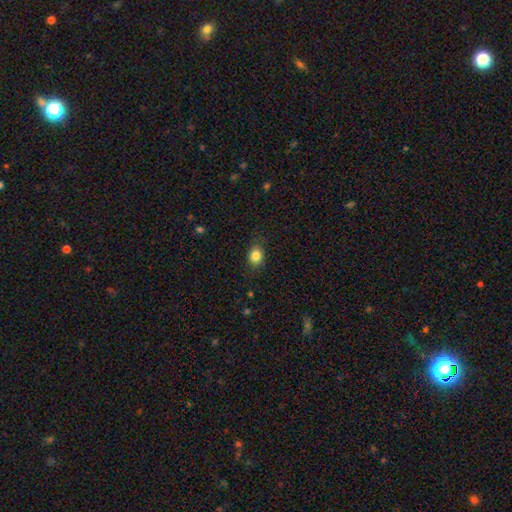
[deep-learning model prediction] A smooth galaxy with no disk features (84%) that is in between round and cigar-shaped (51%). Merging: none (82%).